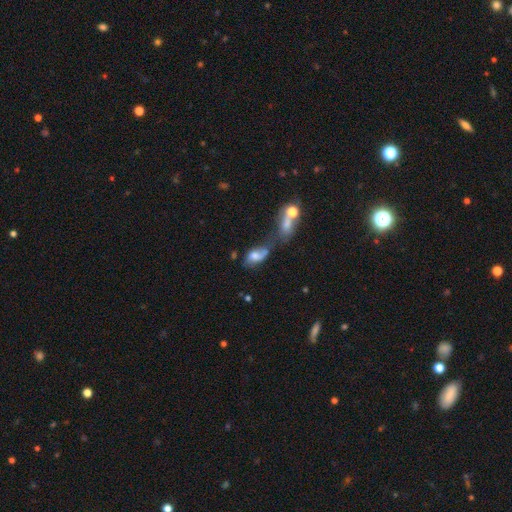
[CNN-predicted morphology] The model was most divided on "smooth or featured": smooth: 55%, featured or disk: 33%, star or artifact: 12%. Remaining: how rounded — in between (83%); merging — merger (46%).